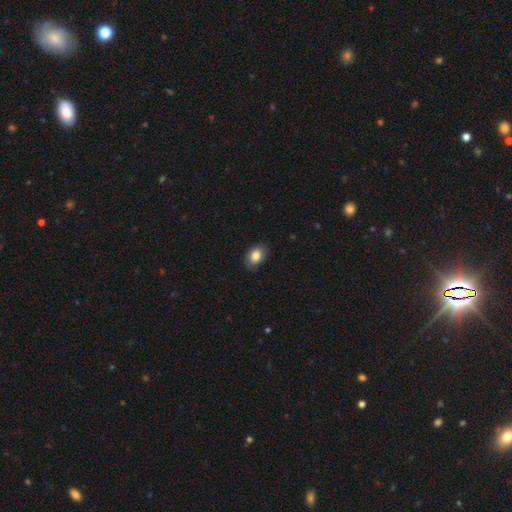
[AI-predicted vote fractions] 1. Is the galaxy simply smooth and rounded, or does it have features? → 83% smooth, 10% featured or disk, 7% star or artifact.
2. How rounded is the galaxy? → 85% in between, 14% round, 1% cigar-shaped.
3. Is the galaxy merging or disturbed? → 82% none, 14% minor disturbance, 3% major disturbance, 1% merger.